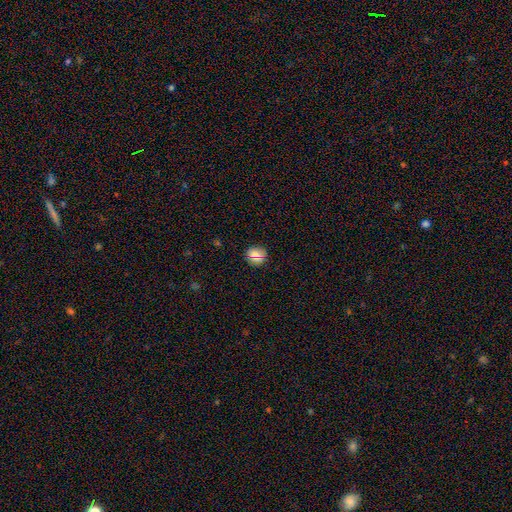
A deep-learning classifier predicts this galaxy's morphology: A smooth galaxy with no disk features (73%) that is round (87%). Merging: none (88%).